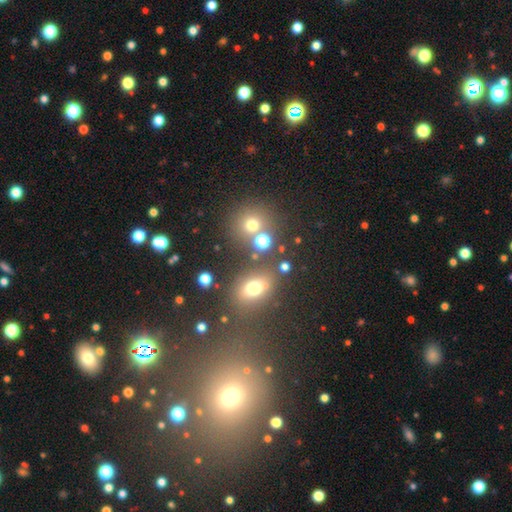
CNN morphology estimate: smooth_or_featured: smooth (p=0.56) [alt: star or artifact p=0.32]
how_rounded: round (p=0.55) [alt: in between p=0.43]
merging: none (p=0.66) [alt: merger p=0.19]